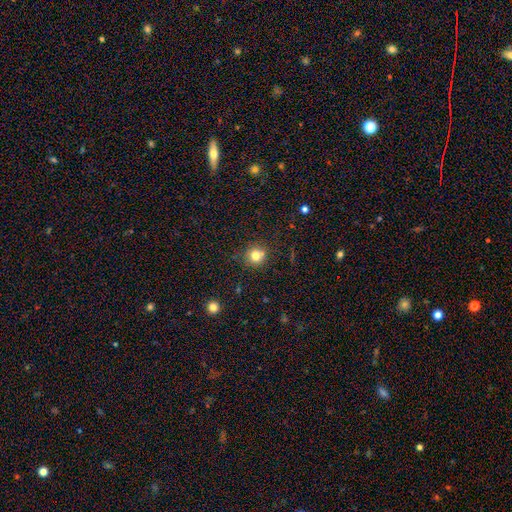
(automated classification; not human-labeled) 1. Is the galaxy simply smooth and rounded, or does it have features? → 78% smooth, 14% star or artifact, 9% featured or disk.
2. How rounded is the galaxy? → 91% round, 8% in between, 1% cigar-shaped.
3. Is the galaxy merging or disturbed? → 76% none, 11% minor disturbance, 10% merger, 3% major disturbance.